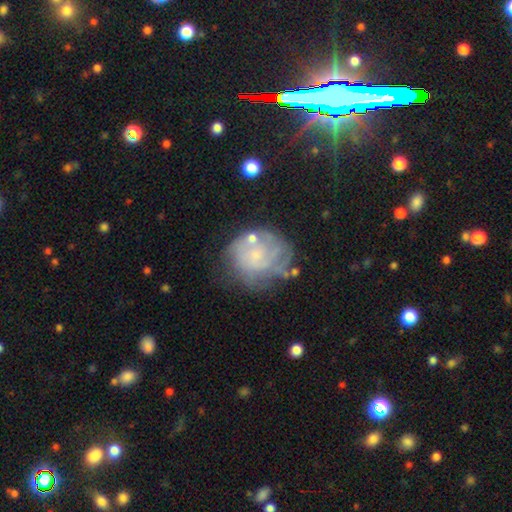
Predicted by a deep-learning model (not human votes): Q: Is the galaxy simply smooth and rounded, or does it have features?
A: featured or disk — 60%.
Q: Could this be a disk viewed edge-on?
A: no — 98%.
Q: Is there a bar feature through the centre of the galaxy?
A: no — 79%.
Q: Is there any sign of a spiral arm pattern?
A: yes — 61%.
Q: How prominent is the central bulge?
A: small — 56%.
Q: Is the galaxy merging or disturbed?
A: none — 51%.